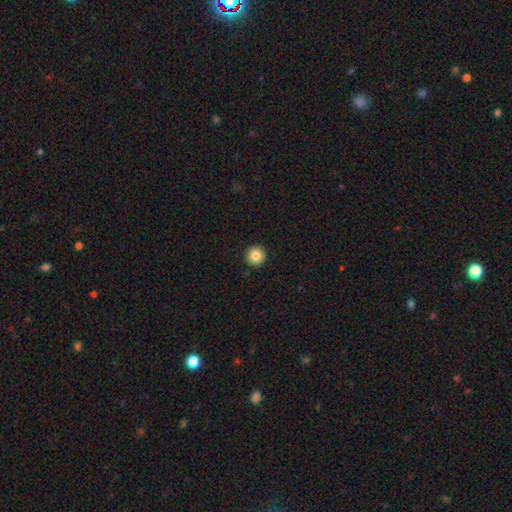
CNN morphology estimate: This is clearly a smooth galaxy (85%). How rounded: clearly round (96%). Merging: clearly none (93%).